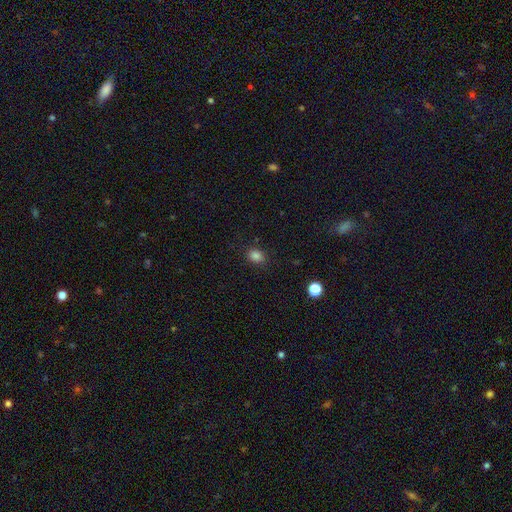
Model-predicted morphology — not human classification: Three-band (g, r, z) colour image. It shows a smooth galaxy with no disk features (83%) that is in between round and cigar-shaped (59%). Merging: none (85%).